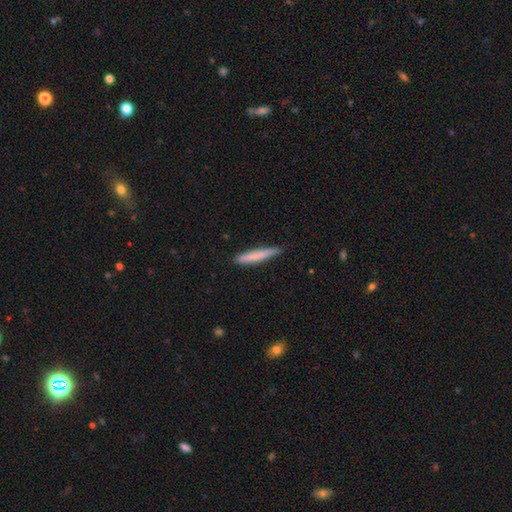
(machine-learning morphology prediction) Smooth or featured? Predicted: smooth (p=0.76). How rounded? Predicted: cigar-shaped (p=0.95). Merging? Predicted: none (p=0.85).